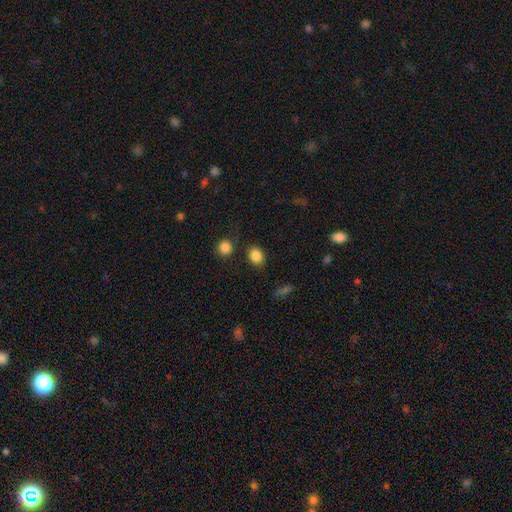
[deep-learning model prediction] Smooth or featured? smooth (85%)
How rounded? round (53%)
Merging? none (81%)